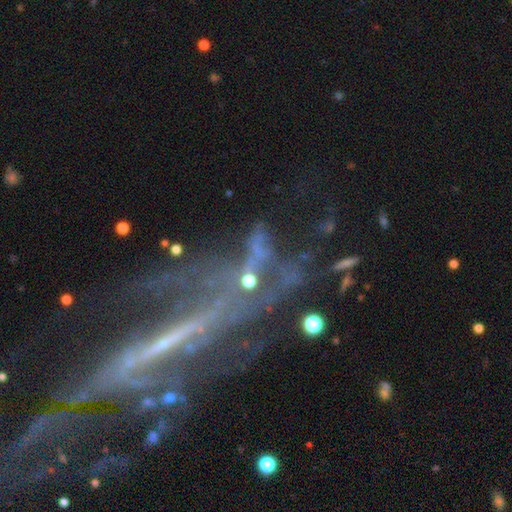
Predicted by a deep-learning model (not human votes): Morphology: type=featured or disk (56%); edge-on=no (86%); merging=none (42%).